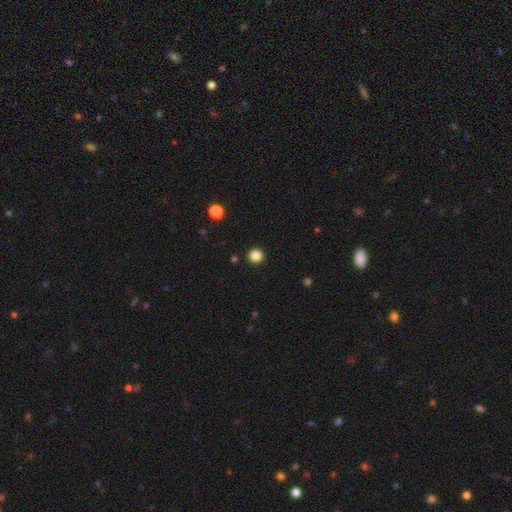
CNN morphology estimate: smooth-or-featured: smooth: 85% | star or artifact: 12% | featured or disk: 3%
  how-rounded: round: 95% | in between: 4% | cigar-shaped: 1%
  merging: none: 93% | minor disturbance: 4% | major disturbance: 2% | merger: 1%